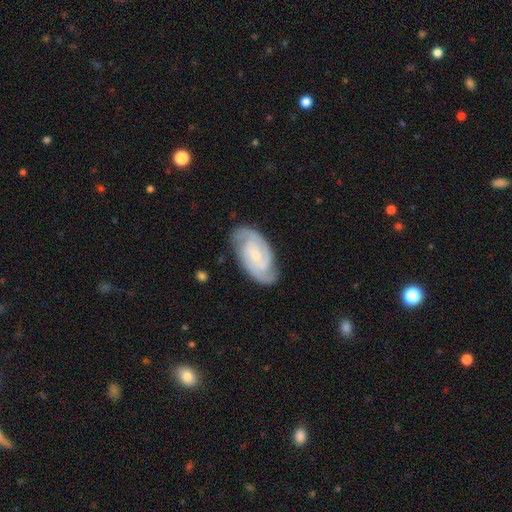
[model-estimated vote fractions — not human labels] smooth_or_featured: featured or disk (p=0.85) [alt: smooth p=0.11]
disk_edge_on: no (p=0.97) [alt: yes p=0.03]
bar: no (p=0.53) [alt: weak p=0.38]
has_spiral_arms: yes (p=0.97) [alt: no p=0.03]
spiral_winding: tight (p=0.57) [alt: medium p=0.36]
spiral_arm_count: 2 (p=0.67) [alt: 3 p=0.16]
bulge_size: small (p=0.66) [alt: moderate p=0.21]
merging: none (p=0.79) [alt: minor disturbance p=0.16]